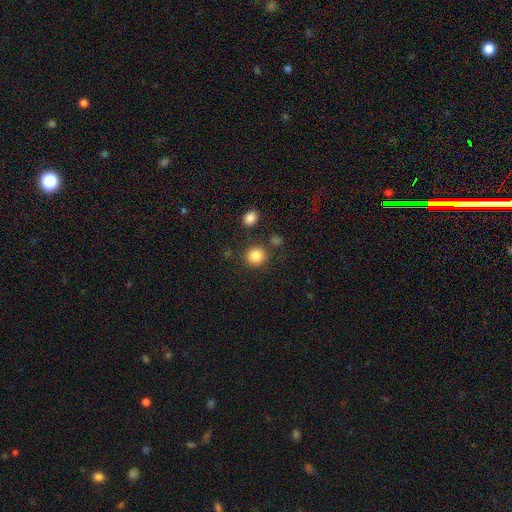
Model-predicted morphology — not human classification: smooth-or-featured: smooth: 86% | star or artifact: 10% | featured or disk: 4%
  how-rounded: round: 90% | in between: 9% | cigar-shaped: 1%
  merging: none: 83% | minor disturbance: 8% | merger: 6% | major disturbance: 3%